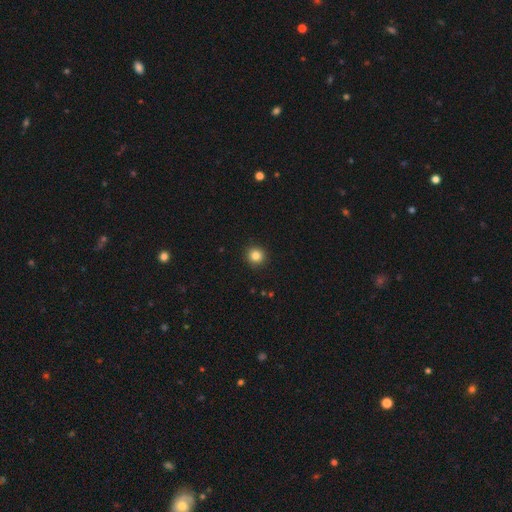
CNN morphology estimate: A smooth galaxy with no disk features (84%) that is round (94%).

Vote fractions:
- Smooth or featured? smooth: 84% / star or artifact: 11% / featured or disk: 5%
- How rounded? round: 94% / in between: 6% / cigar-shaped: 1%
- Merging? none: 92% / minor disturbance: 5% / major disturbance: 2% / merger: 1%